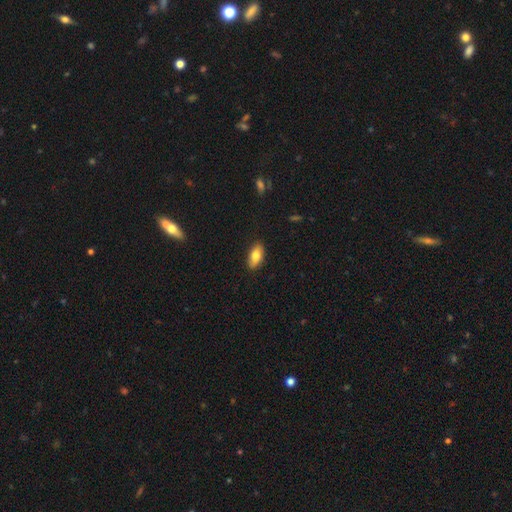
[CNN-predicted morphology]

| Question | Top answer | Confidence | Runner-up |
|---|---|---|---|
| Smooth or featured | smooth | 80% | featured or disk (14%) |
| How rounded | in between | 90% | cigar-shaped (6%) |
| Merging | none | 87% | minor disturbance (10%) |